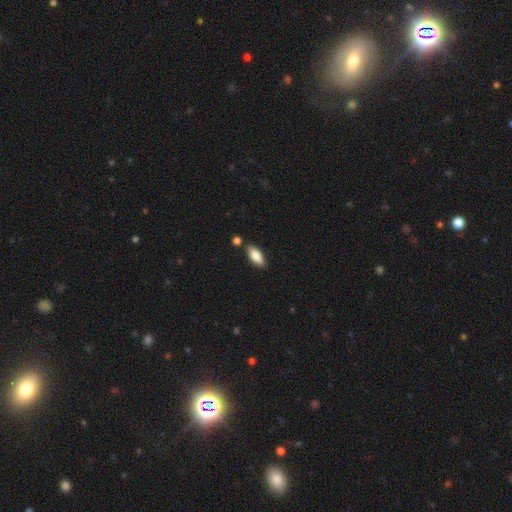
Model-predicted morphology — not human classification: smooth_or_featured: smooth (p=0.80) [alt: featured or disk p=0.14]
how_rounded: in between (p=0.79) [alt: cigar-shaped p=0.19]
merging: none (p=0.81) [alt: minor disturbance p=0.11]